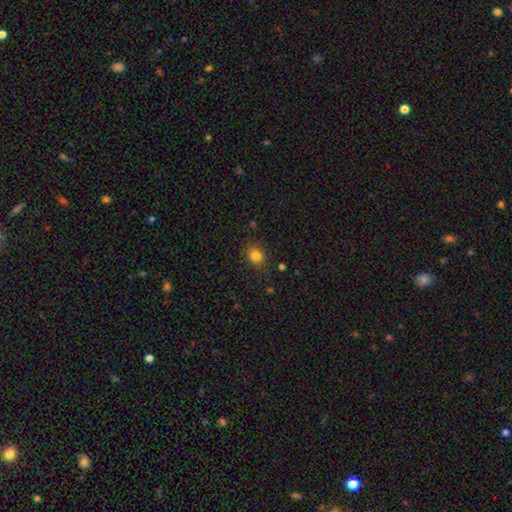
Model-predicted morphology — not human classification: Smooth or featured: smooth — 81% (star or artifact — 13%)
How rounded: round — 64% (in between — 35%)
Merging: none — 83% (minor disturbance — 12%)